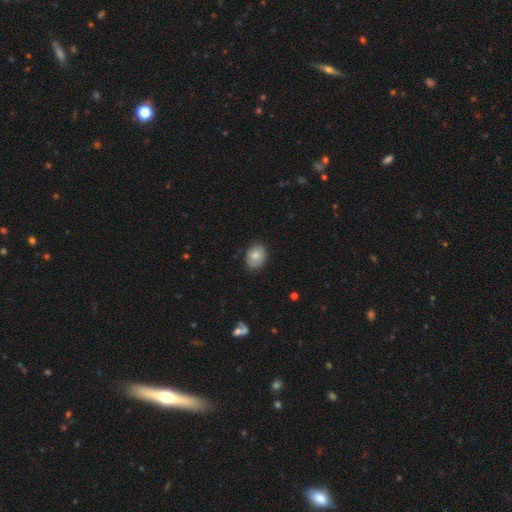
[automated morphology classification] Q: Smooth or featured?
A: smooth (80%); runner-up: featured or disk (12%)
Q: How rounded?
A: in between (67%); runner-up: round (32%)
Q: Merging?
A: none (83%); runner-up: minor disturbance (13%)